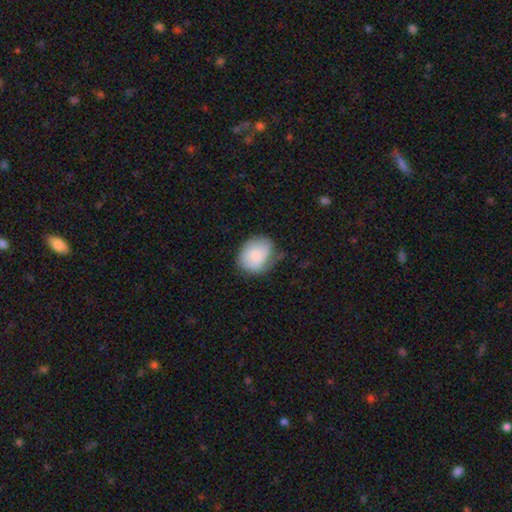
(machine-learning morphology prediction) Smooth or featured? smooth (77%)
How rounded? in between (54%)
Merging? none (55%)